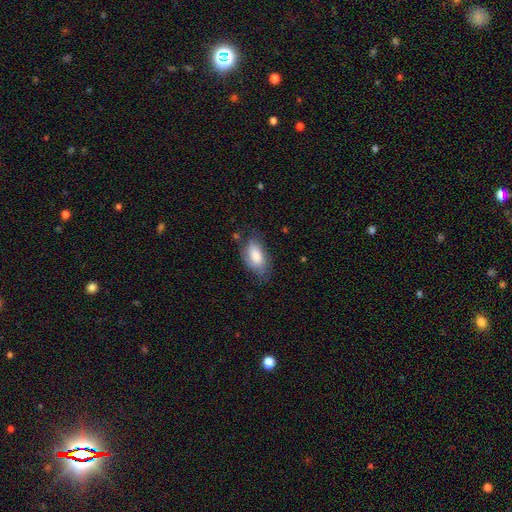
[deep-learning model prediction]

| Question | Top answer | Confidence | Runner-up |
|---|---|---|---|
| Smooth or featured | smooth | 77% | featured or disk (16%) |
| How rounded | in between | 91% | cigar-shaped (5%) |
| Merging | none | 61% | minor disturbance (28%) |